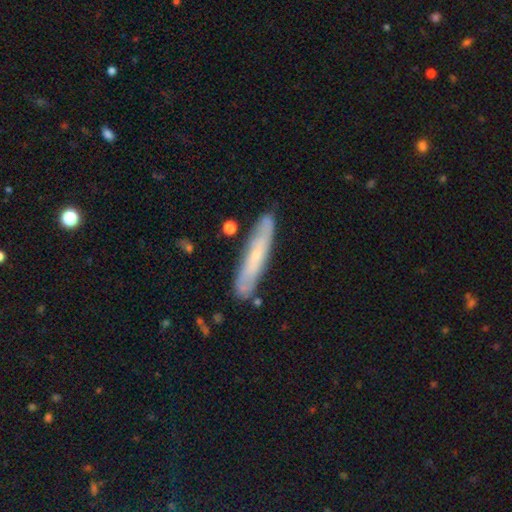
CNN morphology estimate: This is possibly a smooth galaxy (47%, tied with featured or disk). Merging: clearly none (81%).